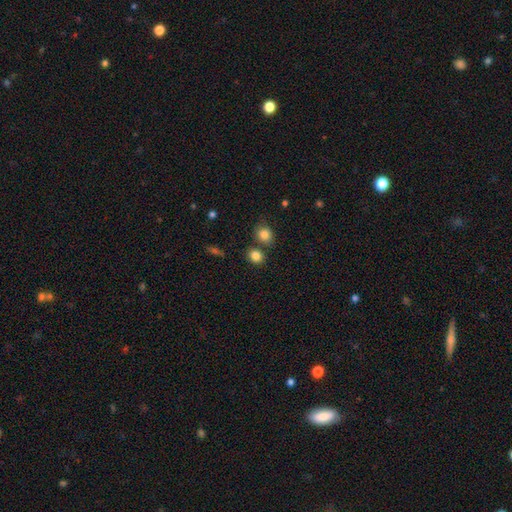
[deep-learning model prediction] A smooth galaxy with no disk features (83%) that is round (64%). Merging: none (69%).